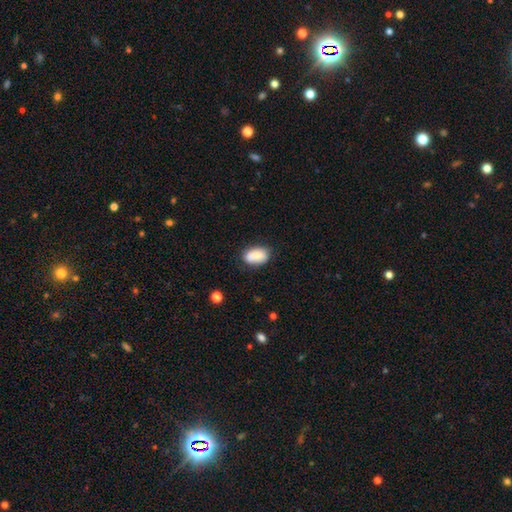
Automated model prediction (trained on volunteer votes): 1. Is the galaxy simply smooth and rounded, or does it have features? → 82% smooth, 10% featured or disk, 8% star or artifact.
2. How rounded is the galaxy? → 87% in between, 11% round, 1% cigar-shaped.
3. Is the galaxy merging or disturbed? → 71% none, 20% minor disturbance, 6% merger, 4% major disturbance.